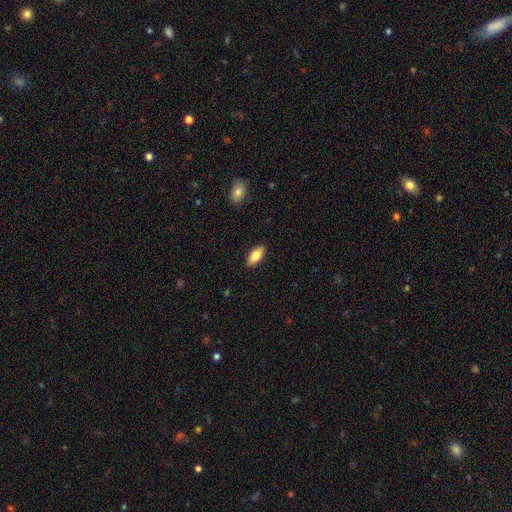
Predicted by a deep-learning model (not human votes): Q: Smooth or featured?
A: smooth (83%); runner-up: featured or disk (10%)
Q: How rounded?
A: in between (90%); runner-up: cigar-shaped (7%)
Q: Merging?
A: none (89%); runner-up: minor disturbance (8%)